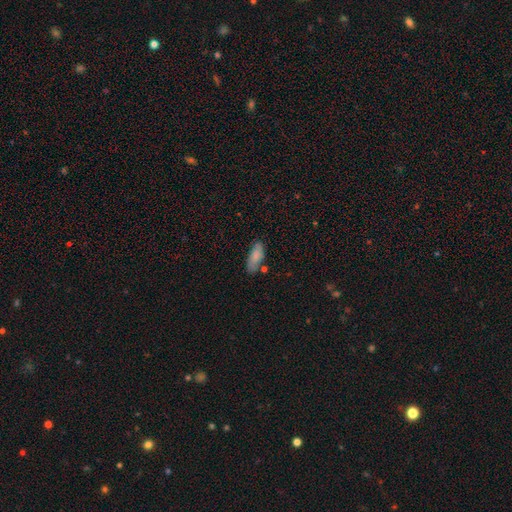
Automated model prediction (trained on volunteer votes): smooth_or_featured: smooth (p=0.81) [alt: featured or disk p=0.13]
how_rounded: in between (p=0.74) [alt: cigar-shaped p=0.24]
merging: none (p=0.72) [alt: minor disturbance p=0.18]